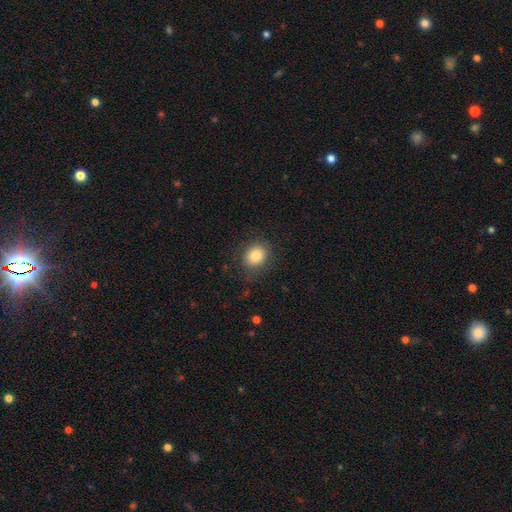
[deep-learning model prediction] The model was most divided on "how rounded": round: 67%, in between: 32%, cigar-shaped: 1%. More confident: smooth or featured — smooth (83%); merging — none (81%).